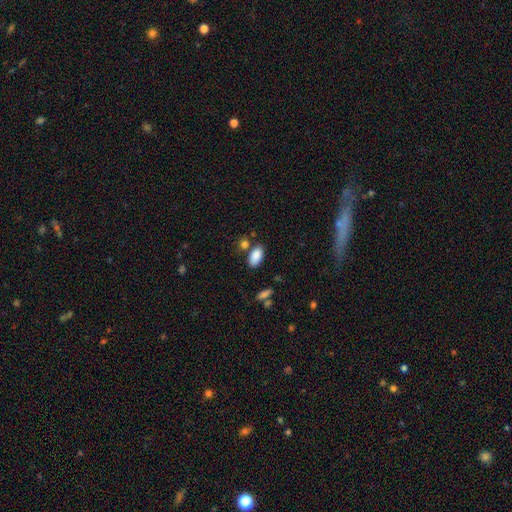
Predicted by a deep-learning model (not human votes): Smooth or featured: smooth — 88% (star or artifact — 8%)
How rounded: in between — 93% (round — 4%)
Merging: none — 71% (minor disturbance — 13%)